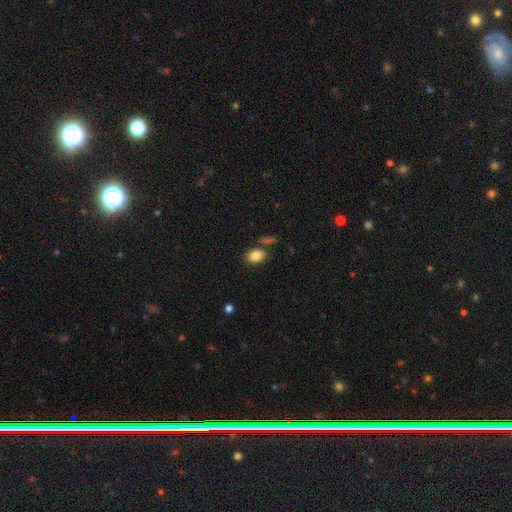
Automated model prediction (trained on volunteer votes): A smooth galaxy with no disk features (85%) that is in between round and cigar-shaped (76%). Merging: none (72%).